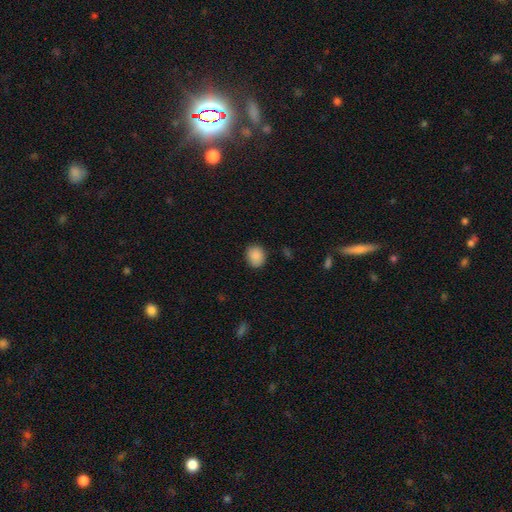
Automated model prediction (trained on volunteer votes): Smooth or featured: smooth — 89% (star or artifact — 8%)
How rounded: round — 53% (in between — 46%)
Merging: none — 84% (minor disturbance — 12%)